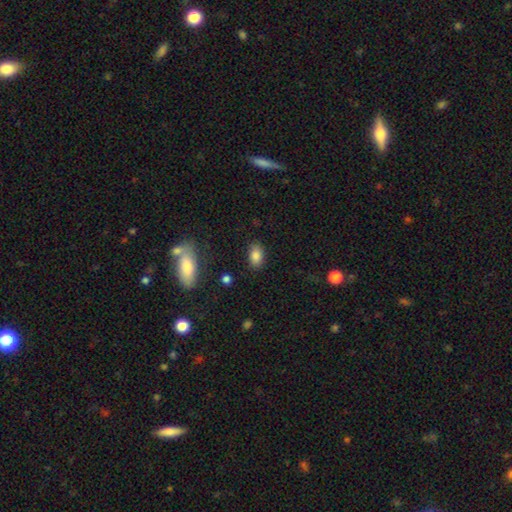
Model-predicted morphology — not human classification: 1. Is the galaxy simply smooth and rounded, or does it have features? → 85% smooth, 9% star or artifact, 6% featured or disk.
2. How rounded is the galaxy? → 89% in between, 8% round, 2% cigar-shaped.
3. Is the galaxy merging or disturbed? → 85% none, 10% minor disturbance, 3% major disturbance, 2% merger.